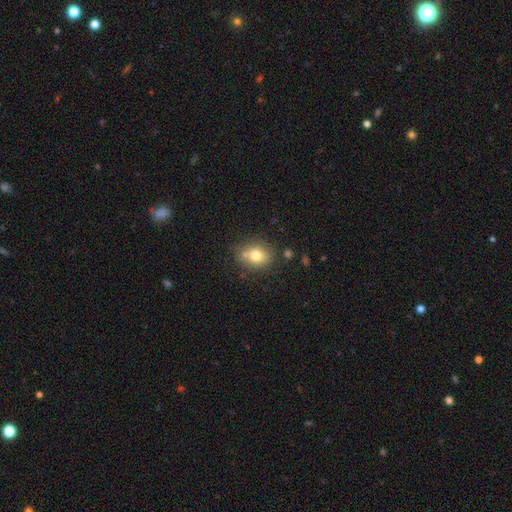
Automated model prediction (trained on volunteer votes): Morphology: type=smooth (76%); roundness=round (59%); merging=none (68%).